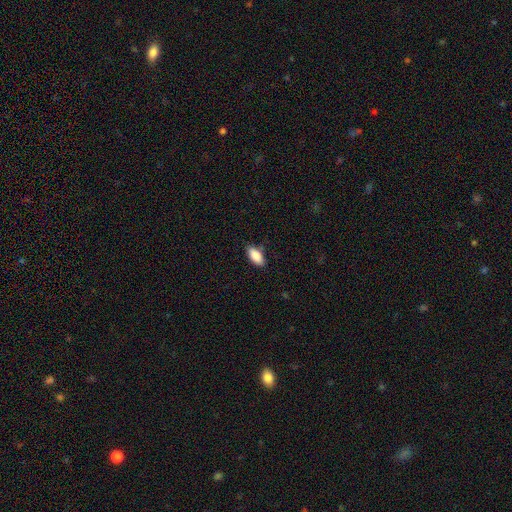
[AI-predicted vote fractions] Overall: smooth (88%). How rounded: in between (91%). Merging: none (82%).